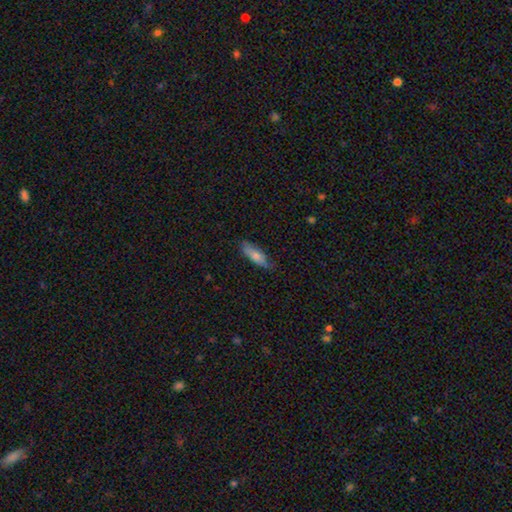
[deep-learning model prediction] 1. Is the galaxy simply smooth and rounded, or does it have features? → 72% smooth, 22% featured or disk, 6% star or artifact.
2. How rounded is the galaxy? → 60% in between, 38% cigar-shaped, 2% round.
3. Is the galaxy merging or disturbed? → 71% none, 24% minor disturbance, 4% major disturbance, 1% merger.